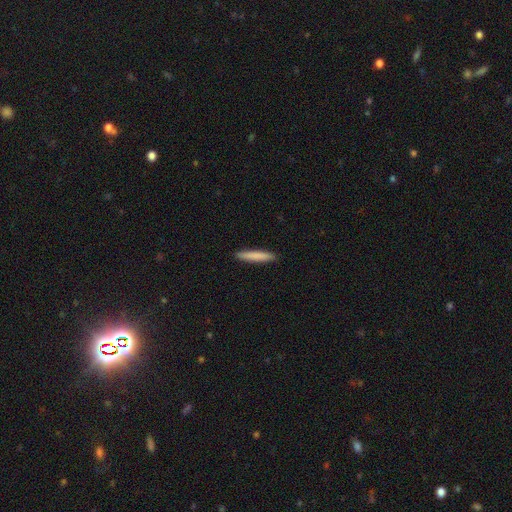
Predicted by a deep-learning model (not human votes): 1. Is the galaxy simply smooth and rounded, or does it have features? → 82% smooth, 12% featured or disk, 6% star or artifact.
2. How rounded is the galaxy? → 93% cigar-shaped, 6% in between, 1% round.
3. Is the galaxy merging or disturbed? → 92% none, 6% minor disturbance, 1% major disturbance, 1% merger.